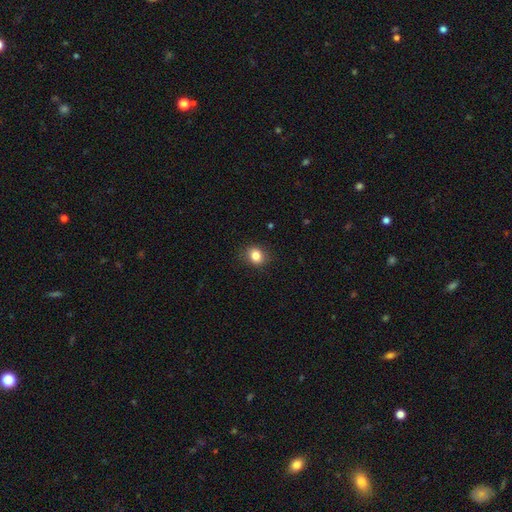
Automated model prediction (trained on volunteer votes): Smooth or featured? smooth (84%)
How rounded? round (64%)
Merging? none (86%)